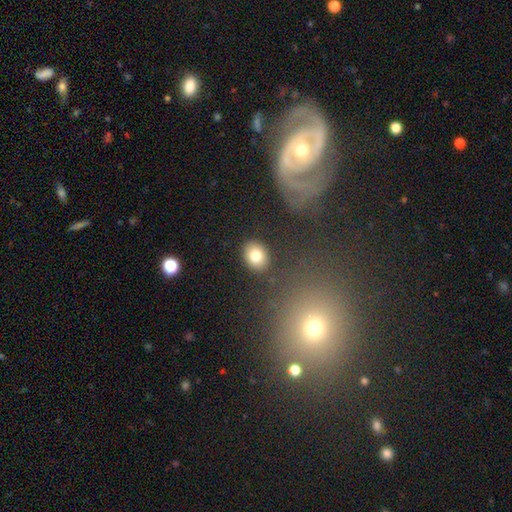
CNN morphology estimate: This is clearly a smooth galaxy (80%). How rounded: possibly round (50%). Merging: clearly none (87%).